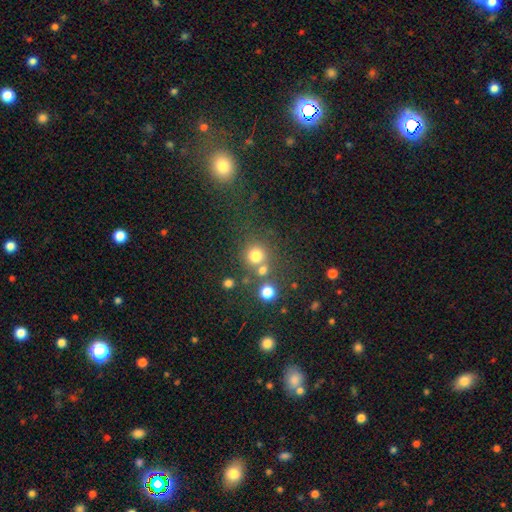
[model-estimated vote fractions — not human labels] Morphology: type=smooth (76%); roundness=round (91%); merging=none (64%).